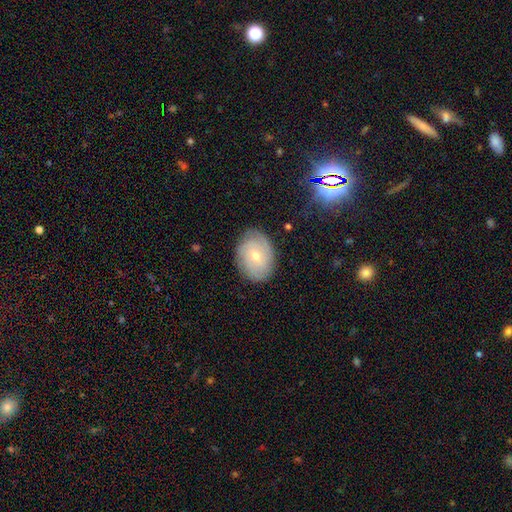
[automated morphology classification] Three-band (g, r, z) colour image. It shows a featured or disk galaxy (63%) with no bar (62%), tight (68%) spiral arms (84%) and a small central bulge (57%). Merging: none (81%).